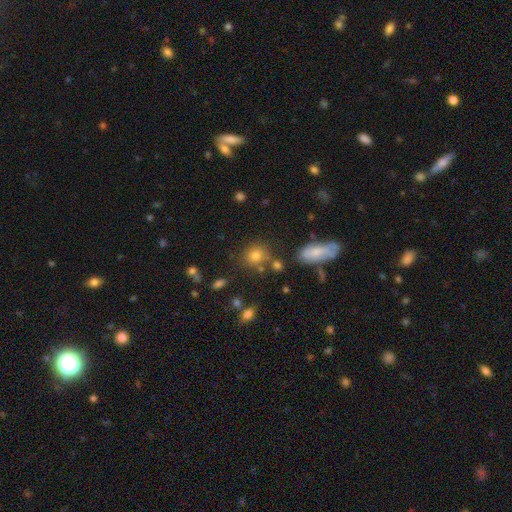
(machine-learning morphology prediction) This appears to be a smooth galaxy with no disk features (77%) that is round (78%). Merging: none (70%).